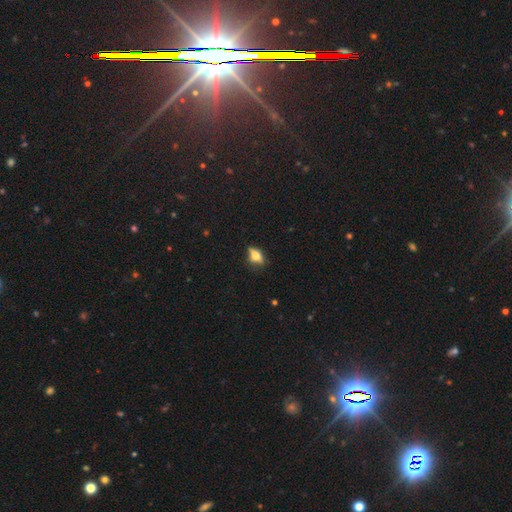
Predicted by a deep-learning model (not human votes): smooth 57%, featured or disk 31%, star or artifact 12%. Down the decision tree: how rounded — in between (74%); merging — none (61%).